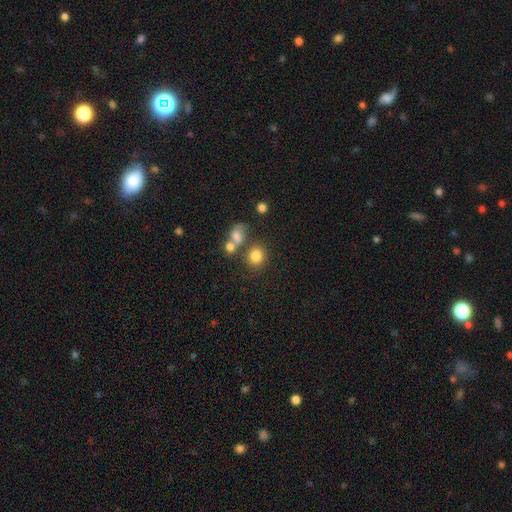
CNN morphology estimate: Smooth or featured: smooth — 80% (star or artifact — 11%)
How rounded: round — 77% (in between — 22%)
Merging: none — 62% (merger — 21%)